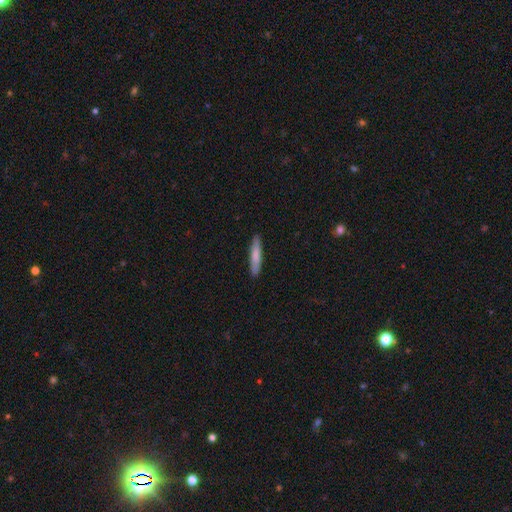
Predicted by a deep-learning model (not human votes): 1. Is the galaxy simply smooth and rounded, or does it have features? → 79% smooth, 16% featured or disk, 5% star or artifact.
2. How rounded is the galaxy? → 89% cigar-shaped, 10% in between, 1% round.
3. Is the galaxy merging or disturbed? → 89% none, 9% minor disturbance, 2% major disturbance, 1% merger.